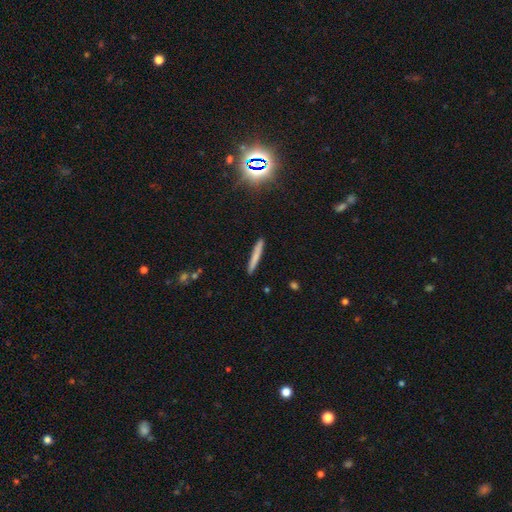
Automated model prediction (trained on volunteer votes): Morphology: type=smooth (74%); roundness=cigar-shaped (96%); merging=none (90%).